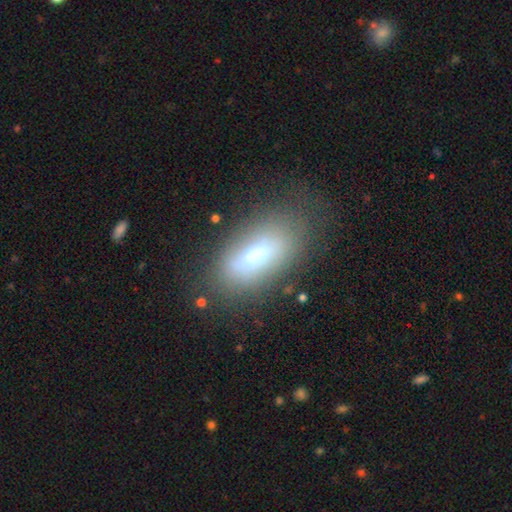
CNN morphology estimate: Overall: smooth (65%). How rounded: in between (82%). Merging: none (65%).